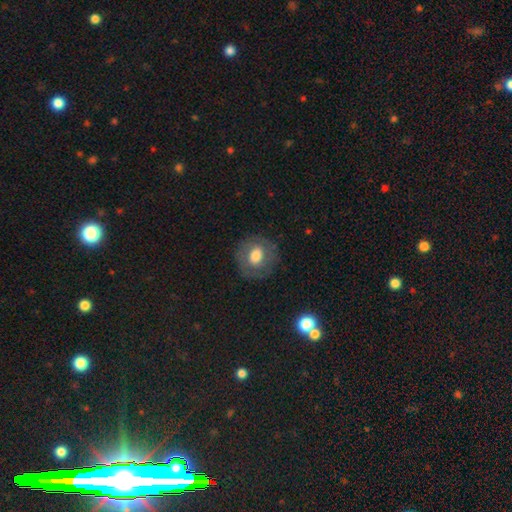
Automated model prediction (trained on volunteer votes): The model was most divided on "smooth or featured": smooth: 62%, featured or disk: 29%, star or artifact: 9%. More confident: how rounded — round (82%); merging — none (79%).